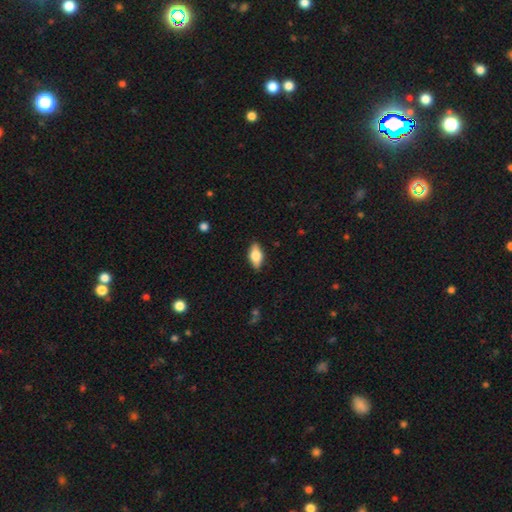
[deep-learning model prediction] Q: Smooth or featured?
A: smooth (69%); runner-up: featured or disk (24%)
Q: How rounded?
A: in between (86%); runner-up: cigar-shaped (10%)
Q: Merging?
A: none (86%); runner-up: minor disturbance (11%)